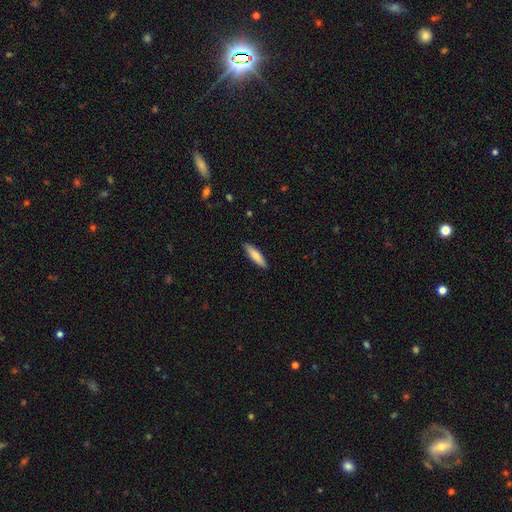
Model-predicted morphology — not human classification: The model was most divided on "how rounded": cigar-shaped: 73%, in between: 25%, round: 1%. More confident: merging — none (89%); smooth or featured — smooth (80%).